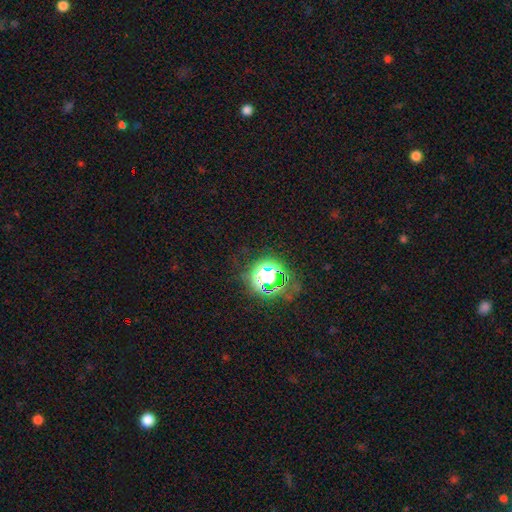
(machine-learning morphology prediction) This is clearly a star or artifact rather than a galaxy (80%).